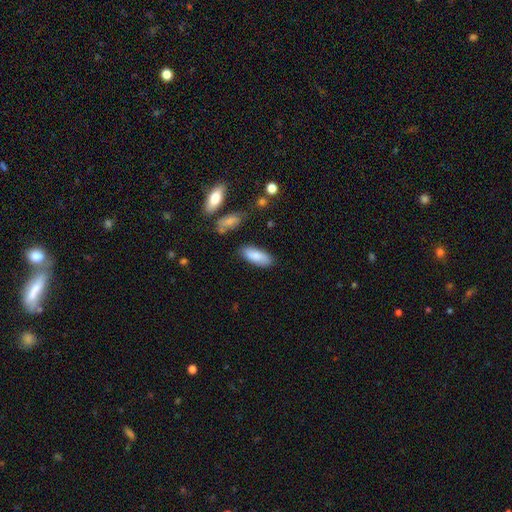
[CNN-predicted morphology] A smooth galaxy with no disk features (84%) that is in between round and cigar-shaped (77%). Merging: none (81%).